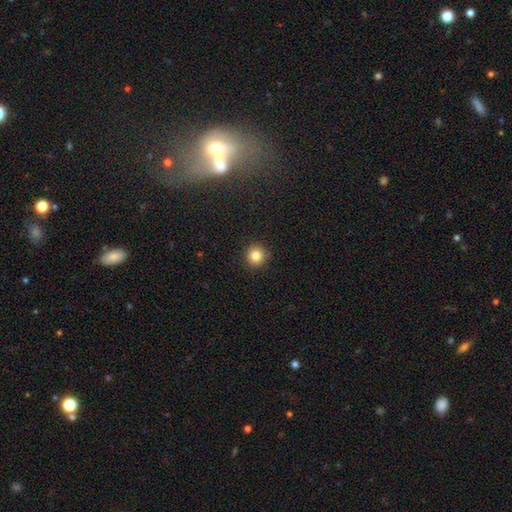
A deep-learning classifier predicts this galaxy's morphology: Smooth or featured? Predicted: smooth (p=0.83). How rounded? Predicted: round (p=0.94). Merging? Predicted: none (p=0.91).